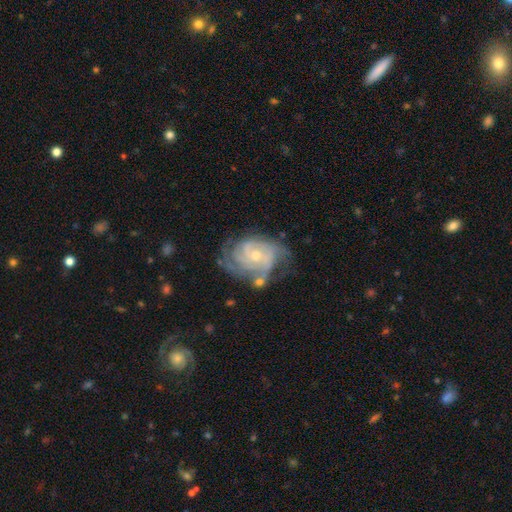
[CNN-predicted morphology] type=featured or disk (86%); edge-on=no (97%); bar=no (70%); spiral arms=yes (96%); winding=tight (64%); arm count=3 (29%); bulge=small (57%); merging=none (55%).